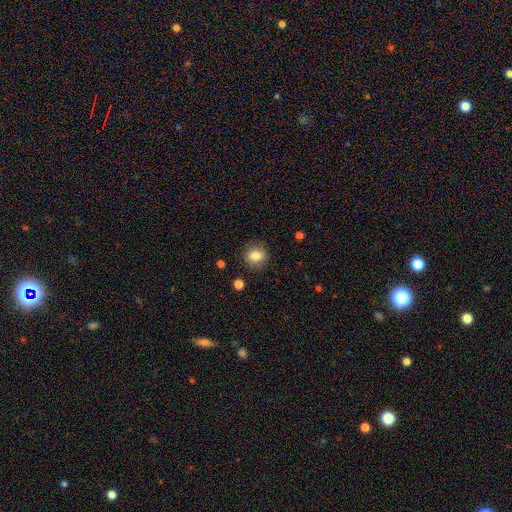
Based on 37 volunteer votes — This is clearly a smooth galaxy (84%). How rounded: likely round (71%). Merging: clearly none (91%).